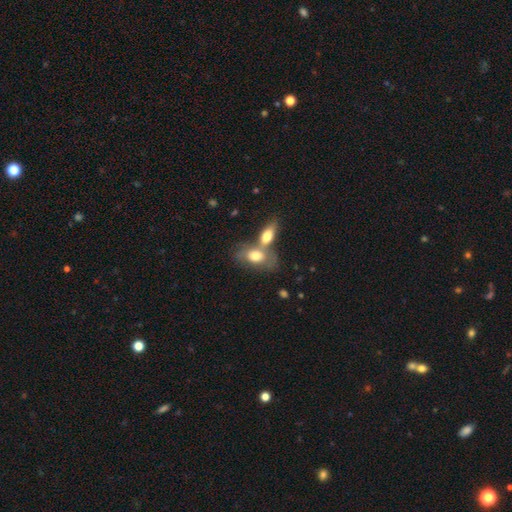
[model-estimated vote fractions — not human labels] Smooth or featured?
  - smooth: 70% *
  - featured or disk: 23%
  - star or artifact: 7%
How rounded?
  - in between: 86% *
  - round: 10%
  - cigar-shaped: 4%
Merging?
  - merger: 57% *
  - none: 29%
  - minor disturbance: 10%
  - major disturbance: 5%